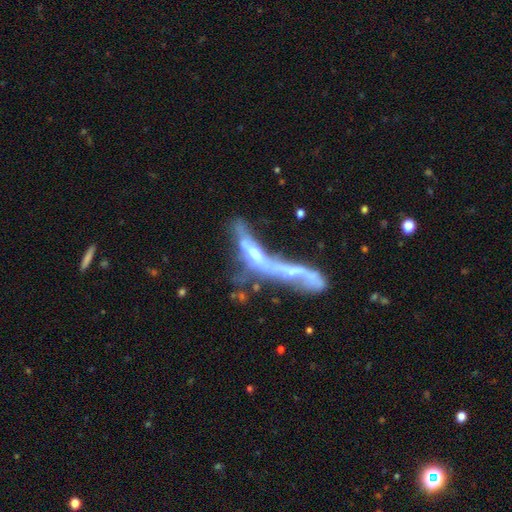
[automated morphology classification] A featured or disk galaxy (61%).

Vote fractions:
- Smooth or featured? featured or disk: 61% / smooth: 29% / star or artifact: 10%
- Edge-on disk? no: 53% / yes: 47%
- Merging? merger: 55% / major disturbance: 24% / none: 12% / minor disturbance: 9%